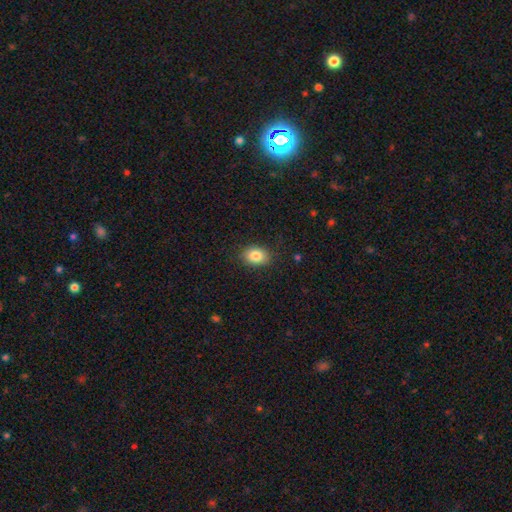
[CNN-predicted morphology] Overall: smooth (84%). How rounded: in between (72%). Merging: none (86%).